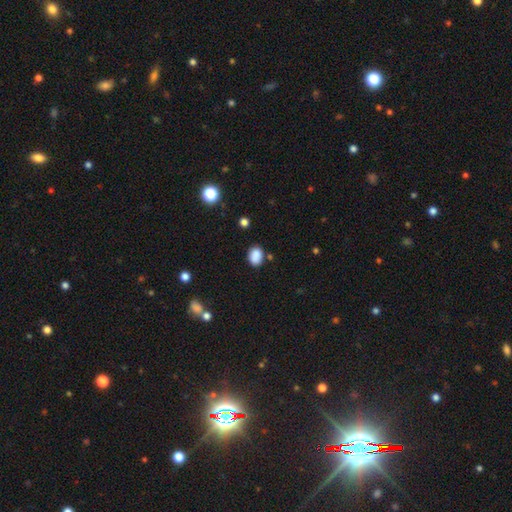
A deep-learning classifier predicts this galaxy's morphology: Smooth or featured? smooth (87%)
How rounded? in between (75%)
Merging? none (80%)